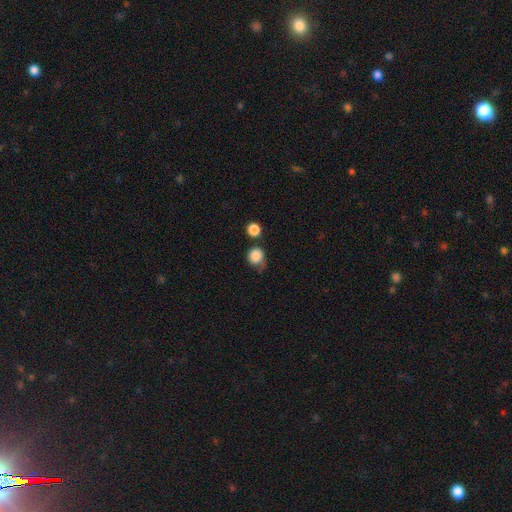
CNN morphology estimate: A smooth galaxy with no disk features (84%) that is round (83%).

Vote fractions:
- Smooth or featured? smooth: 84% / star or artifact: 9% / featured or disk: 7%
- How rounded? round: 83% / in between: 16% / cigar-shaped: 1%
- Merging? none: 51% / minor disturbance: 25% / merger: 12% / major disturbance: 12%